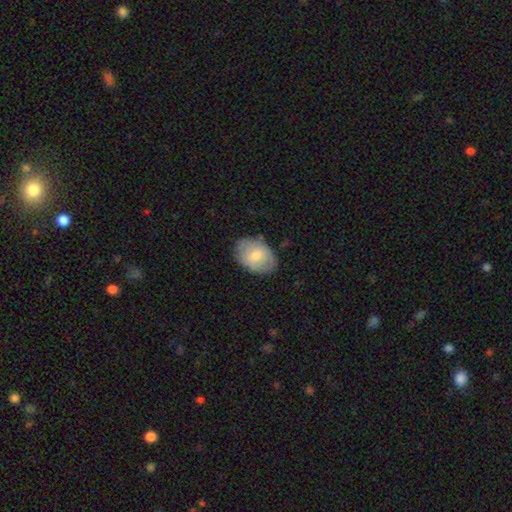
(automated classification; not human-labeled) This is likely a smooth galaxy (64%). How rounded: likely in between (78%). Merging: likely none (74%).